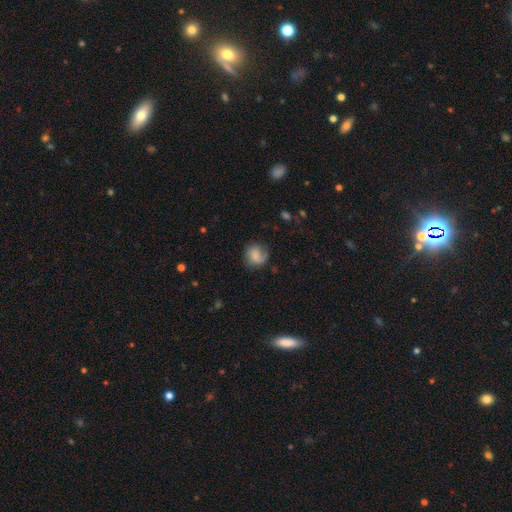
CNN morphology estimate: Smooth or featured? Predicted: smooth (p=0.59). How rounded? Predicted: round (p=0.81). Merging? Predicted: none (p=0.66).